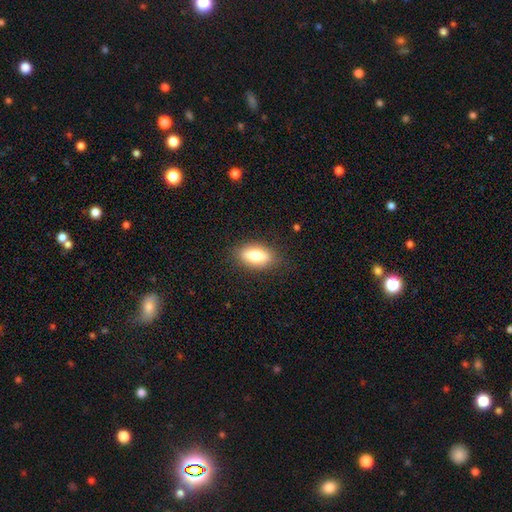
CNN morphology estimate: smooth-or-featured: smooth: 76% | featured or disk: 16% | star or artifact: 7%
  how-rounded: in between: 86% | cigar-shaped: 10% | round: 5%
  merging: none: 84% | minor disturbance: 12% | major disturbance: 3% | merger: 1%